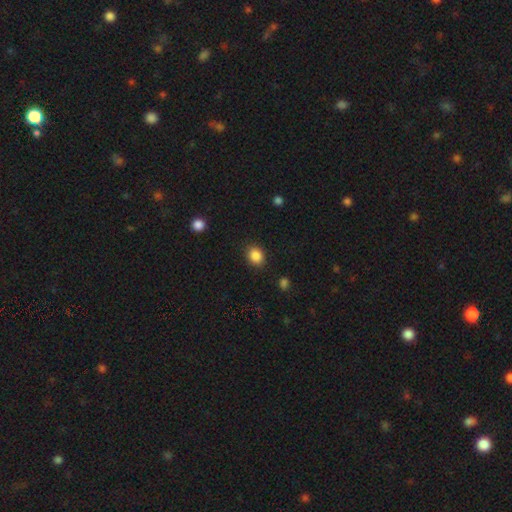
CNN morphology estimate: type=smooth (87%); roundness=round (50%); merging=none (87%).